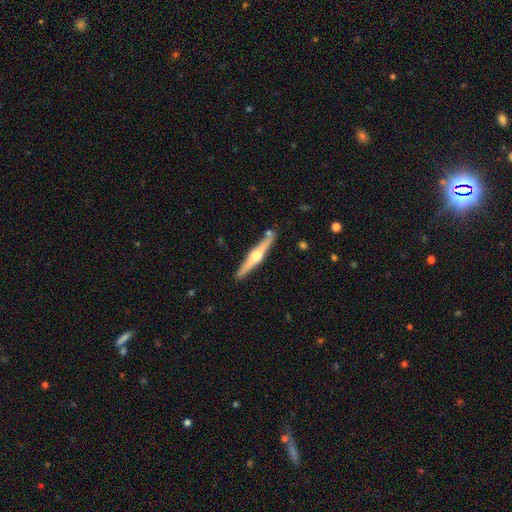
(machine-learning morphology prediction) Overall: featured or disk (74%). Edge-on disk: yes (98%). Edge-on bulge: rounded (95%). Merging: none (88%).